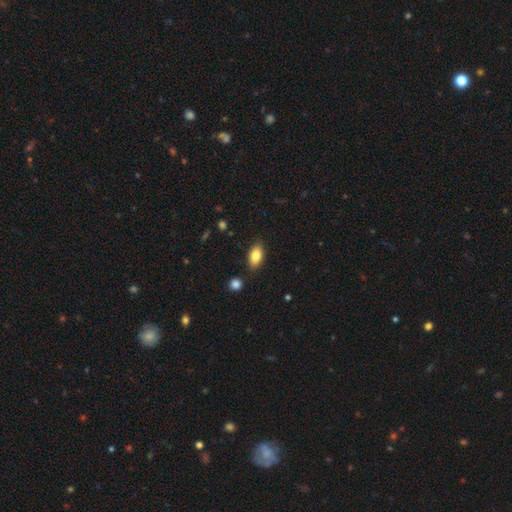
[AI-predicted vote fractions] smooth_or_featured: smooth (p=0.83) [alt: featured or disk p=0.10]
how_rounded: in between (p=0.91) [alt: round p=0.05]
merging: none (p=0.84) [alt: minor disturbance p=0.11]